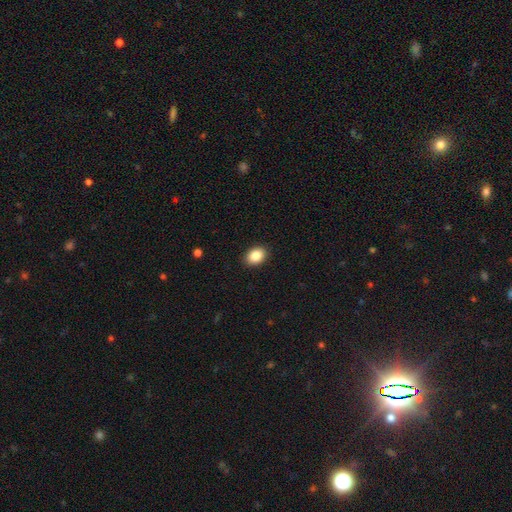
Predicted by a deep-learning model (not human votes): Morphology: type=smooth (87%); roundness=in between (76%); merging=none (90%).